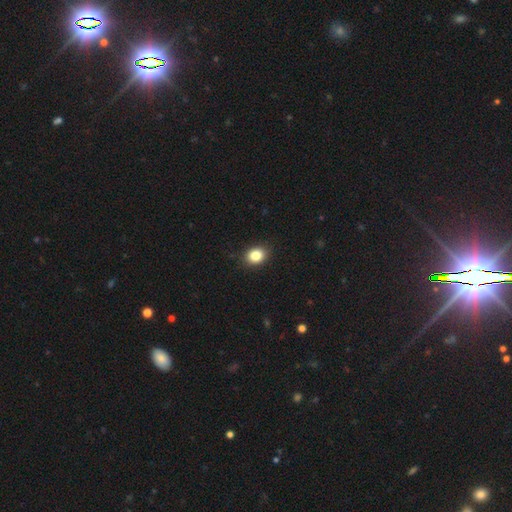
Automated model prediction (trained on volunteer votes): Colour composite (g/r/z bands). It shows a smooth galaxy with no disk features (85%) that is in between round and cigar-shaped (54%). Merging: none (88%).